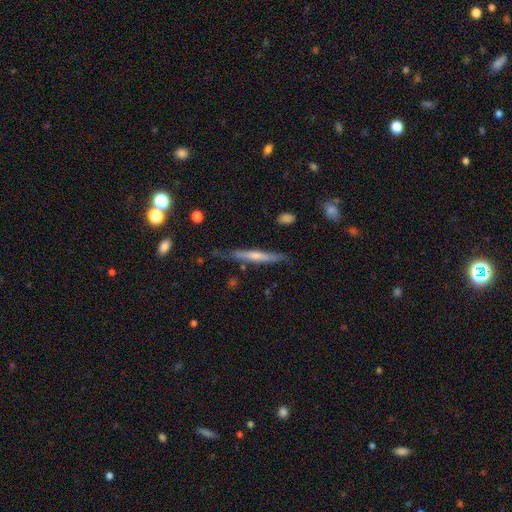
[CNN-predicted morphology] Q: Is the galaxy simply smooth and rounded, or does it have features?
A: featured or disk — 54%.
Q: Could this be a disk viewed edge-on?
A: yes — 94%.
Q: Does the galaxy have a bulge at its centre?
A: none — 50%.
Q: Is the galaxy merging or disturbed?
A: none — 78%.